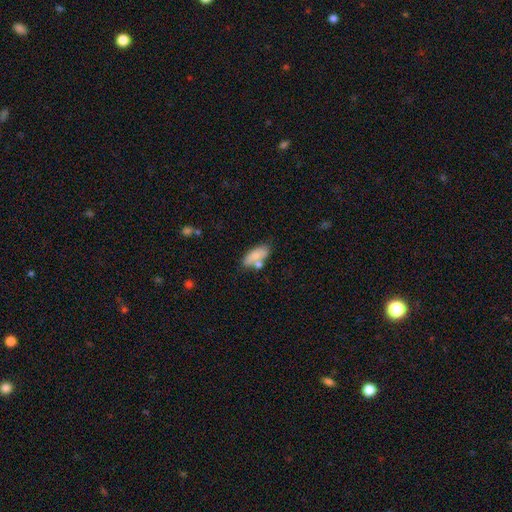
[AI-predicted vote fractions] Smooth or featured?
  - smooth: 78% *
  - featured or disk: 15%
  - star or artifact: 7%
How rounded?
  - in between: 81% *
  - cigar-shaped: 16%
  - round: 3%
Merging?
  - none: 59% *
  - merger: 18%
  - minor disturbance: 18%
  - major disturbance: 5%